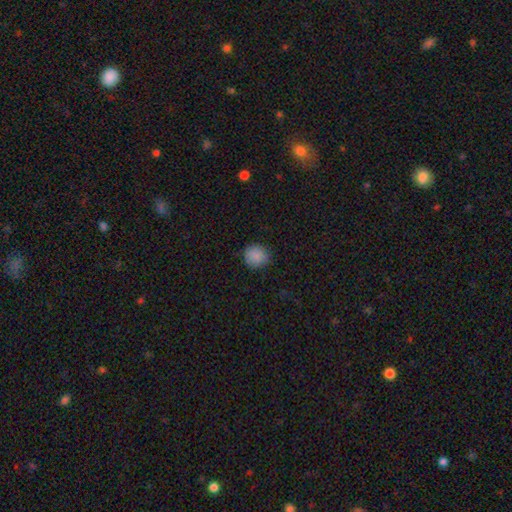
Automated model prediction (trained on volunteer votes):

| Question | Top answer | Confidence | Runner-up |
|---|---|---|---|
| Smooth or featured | smooth | 87% | star or artifact (9%) |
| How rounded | round | 88% | in between (11%) |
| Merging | none | 86% | minor disturbance (10%) |